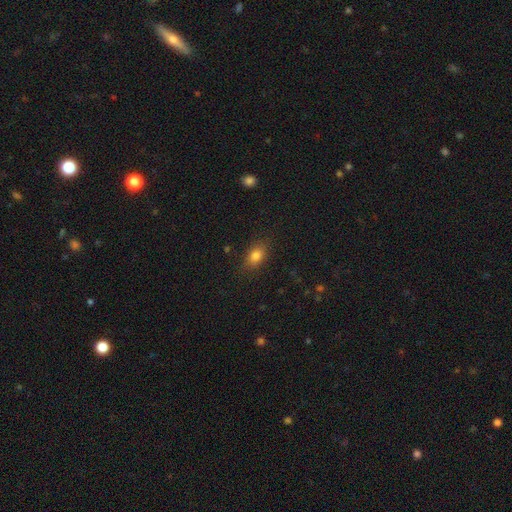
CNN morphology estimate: This is clearly a smooth galaxy (81%). How rounded: likely in between (79%). Merging: clearly none (84%).